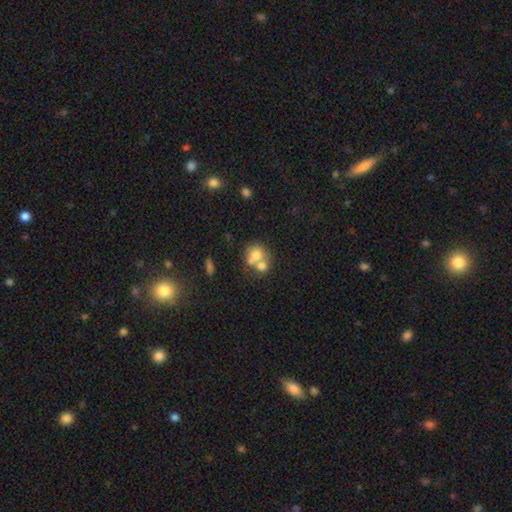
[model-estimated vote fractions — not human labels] smooth 68%, featured or disk 21%, star or artifact 11%. Down the decision tree: how rounded — round (65%); merging — merger (59%).